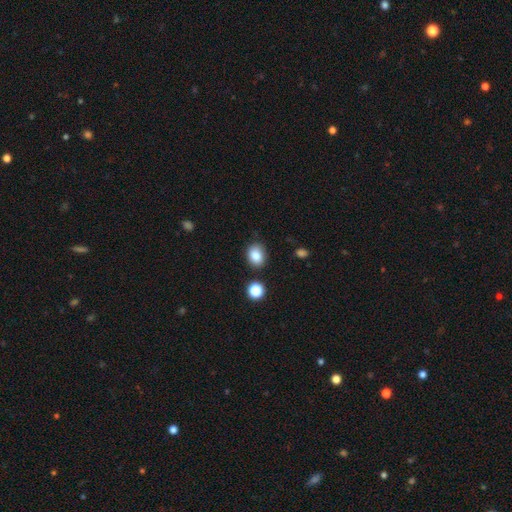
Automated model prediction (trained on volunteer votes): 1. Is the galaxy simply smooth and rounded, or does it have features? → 84% smooth, 10% star or artifact, 6% featured or disk.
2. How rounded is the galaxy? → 52% in between, 47% round, 1% cigar-shaped.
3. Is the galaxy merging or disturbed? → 83% none, 11% minor disturbance, 4% merger, 3% major disturbance.